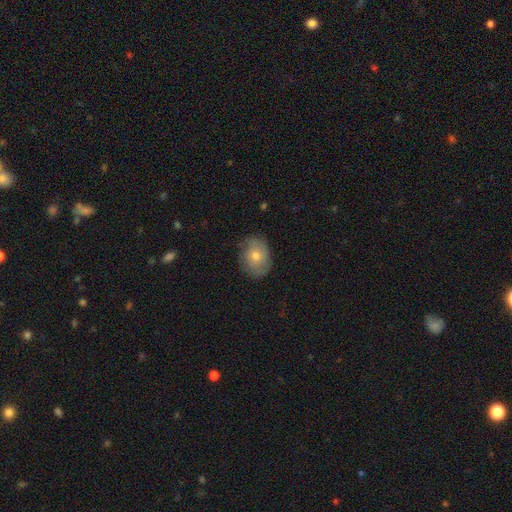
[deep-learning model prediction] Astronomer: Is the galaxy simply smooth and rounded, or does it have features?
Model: smooth — 65%.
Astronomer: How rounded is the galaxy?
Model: in between — 62%.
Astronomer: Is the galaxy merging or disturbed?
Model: none — 75%.